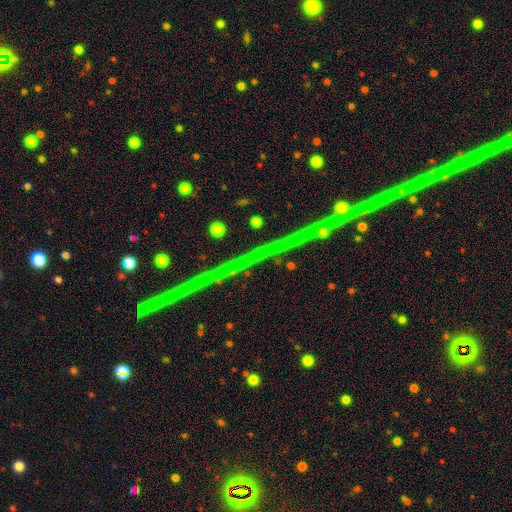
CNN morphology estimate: Q: Smooth or featured?
A: star or artifact (83%); runner-up: featured or disk (11%)